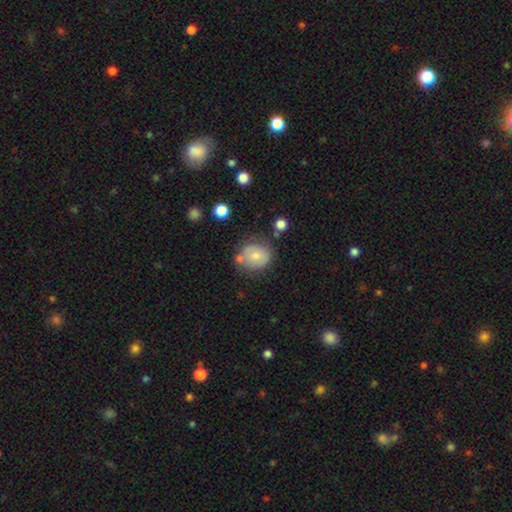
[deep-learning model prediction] The model was most divided on "merging": none: 59%, minor disturbance: 21%, merger: 12%, major disturbance: 8%. More confident: how rounded — round (78%); smooth or featured — smooth (65%).